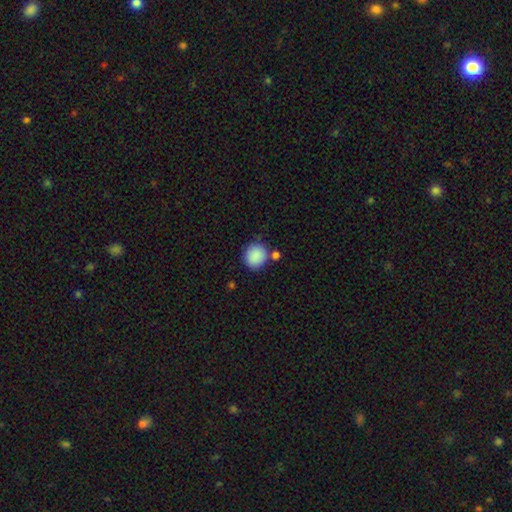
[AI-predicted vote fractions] A smooth galaxy with no disk features (89%) that is round (86%). Merging: none (75%).